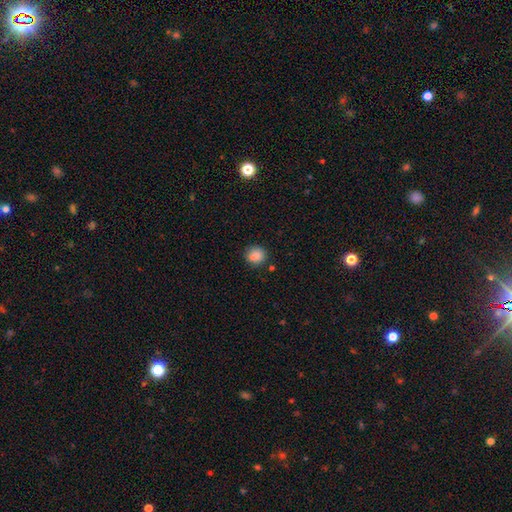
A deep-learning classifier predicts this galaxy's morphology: Smooth or featured? smooth (86%)
How rounded? round (80%)
Merging? none (79%)